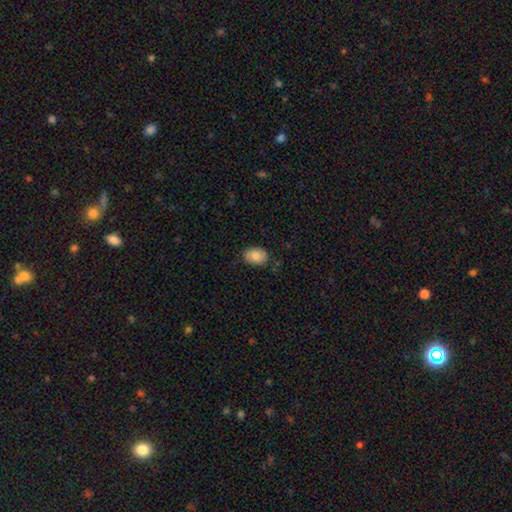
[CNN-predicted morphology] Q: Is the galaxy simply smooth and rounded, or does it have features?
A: smooth — 79%.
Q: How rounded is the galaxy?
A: in between — 80%.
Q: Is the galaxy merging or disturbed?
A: none — 79%.